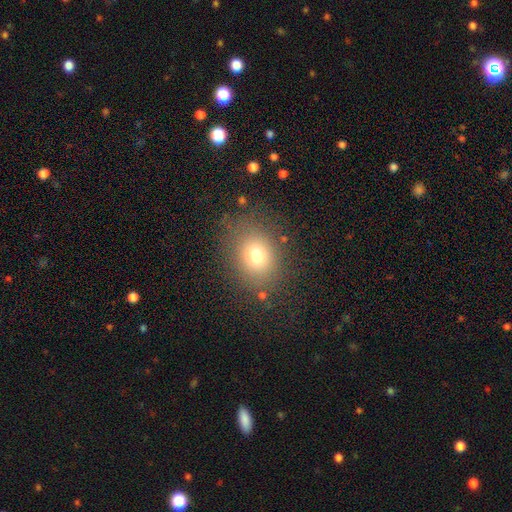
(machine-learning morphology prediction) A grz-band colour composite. It shows a smooth galaxy with no disk features (73%) that is round (57%). Merging: none (80%).